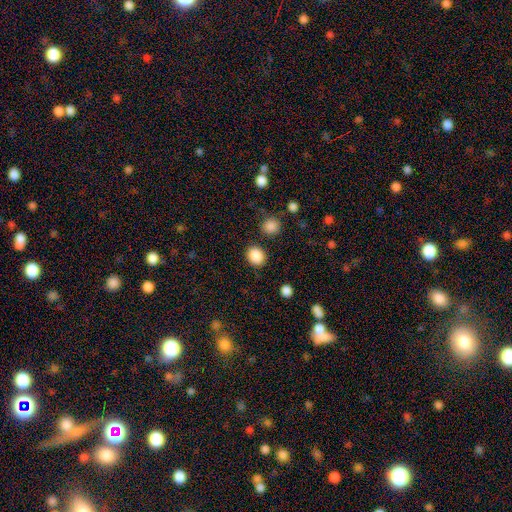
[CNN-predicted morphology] smooth_or_featured: smooth (p=0.87) [alt: star or artifact p=0.09]
how_rounded: round (p=0.68) [alt: in between p=0.31]
merging: none (p=0.87) [alt: minor disturbance p=0.07]